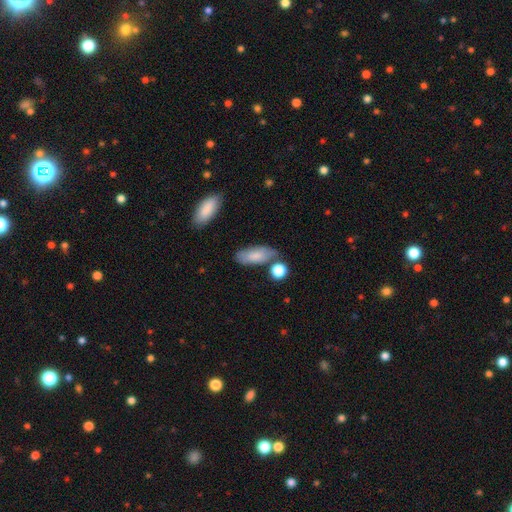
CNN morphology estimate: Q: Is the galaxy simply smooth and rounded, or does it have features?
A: smooth — 79%.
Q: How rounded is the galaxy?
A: in between — 82%.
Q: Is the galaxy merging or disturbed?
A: none — 63%.